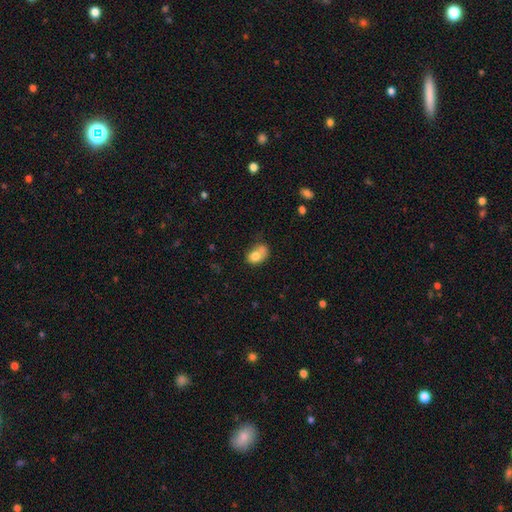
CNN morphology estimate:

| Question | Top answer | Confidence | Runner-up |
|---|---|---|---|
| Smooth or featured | smooth | 75% | featured or disk (16%) |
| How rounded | in between | 72% | round (27%) |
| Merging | merger | 33% | none (31%) |